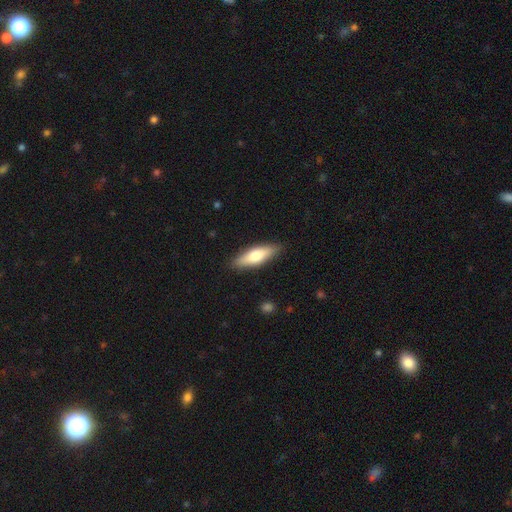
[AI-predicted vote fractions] Q: Smooth or featured?
A: smooth (64%); runner-up: featured or disk (31%)
Q: How rounded?
A: cigar-shaped (53%); runner-up: in between (45%)
Q: Merging?
A: none (88%); runner-up: minor disturbance (9%)